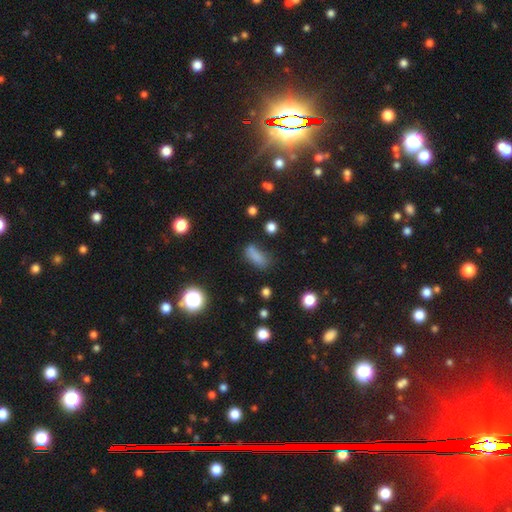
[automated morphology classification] Smooth or featured? smooth (77%)
How rounded? in between (73%)
Merging? none (55%)